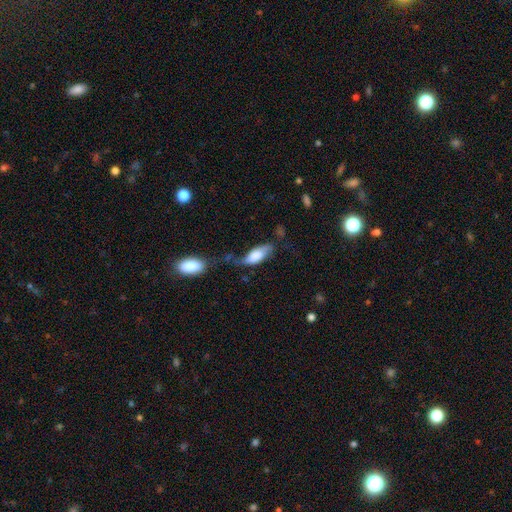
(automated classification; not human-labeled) smooth-or-featured: smooth: 66% | featured or disk: 27% | star or artifact: 7%
  how-rounded: in between: 82% | cigar-shaped: 15% | round: 3%
  merging: none: 33% | minor disturbance: 29% | major disturbance: 23% | merger: 15%